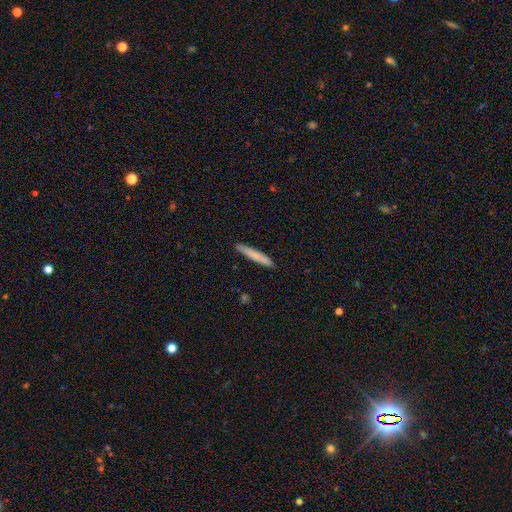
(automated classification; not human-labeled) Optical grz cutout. It shows a smooth galaxy with no disk features (78%) that is cigar-shaped (95%). Merging: none (89%).